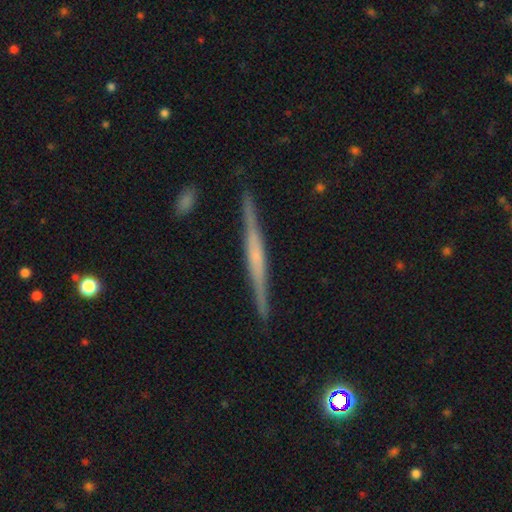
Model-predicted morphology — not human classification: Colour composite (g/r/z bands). It shows a featured or disk galaxy (72%) viewed edge-on (98%) with no central bulge (43%). Merging: none (90%).